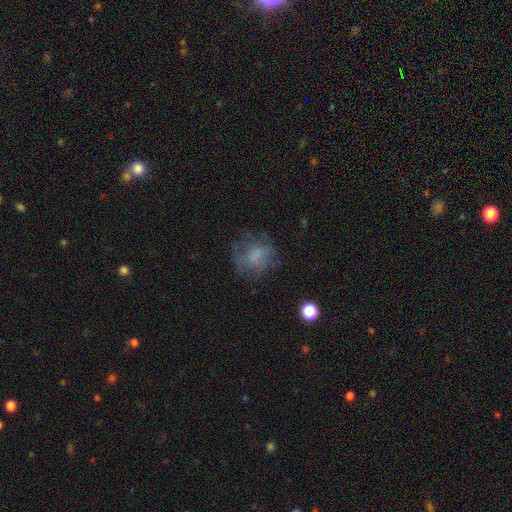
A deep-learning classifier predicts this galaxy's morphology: Smooth or featured? Predicted: smooth (p=0.59). How rounded? Predicted: round (p=0.67). Merging? Predicted: none (p=0.59).